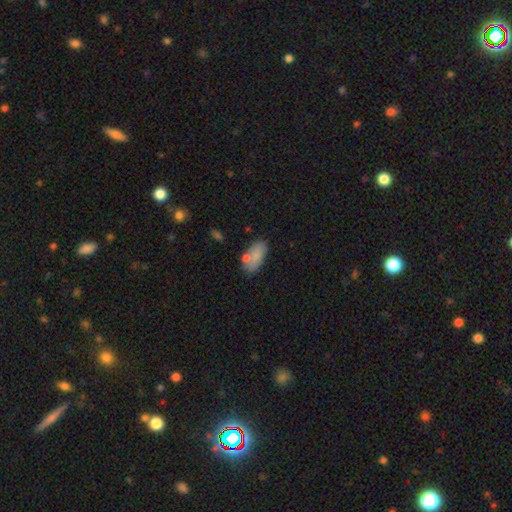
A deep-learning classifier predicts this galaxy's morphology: Smooth or featured? Predicted: smooth (p=0.76). How rounded? Predicted: in between (p=0.91). Merging? Predicted: none (p=0.58).